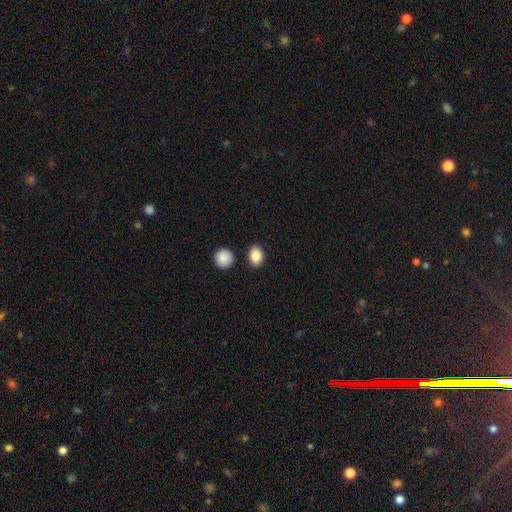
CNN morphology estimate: This is clearly a smooth galaxy (87%). How rounded: likely in between (62%). Merging: clearly none (84%).